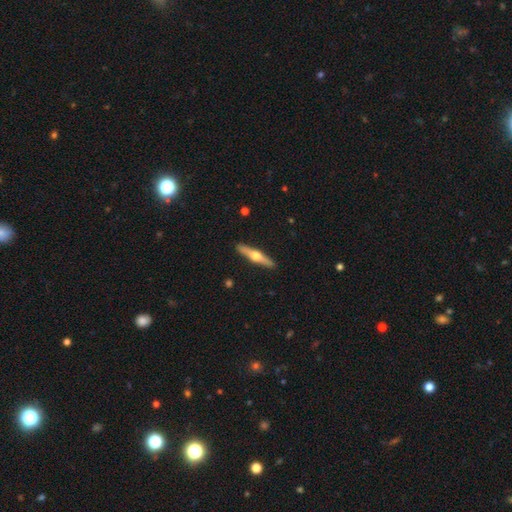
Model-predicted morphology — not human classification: featured or disk 64%, smooth 31%, star or artifact 5%. Down the decision tree: edge-on disk — yes (97%); edge-on bulge — rounded (95%); merging — none (92%).